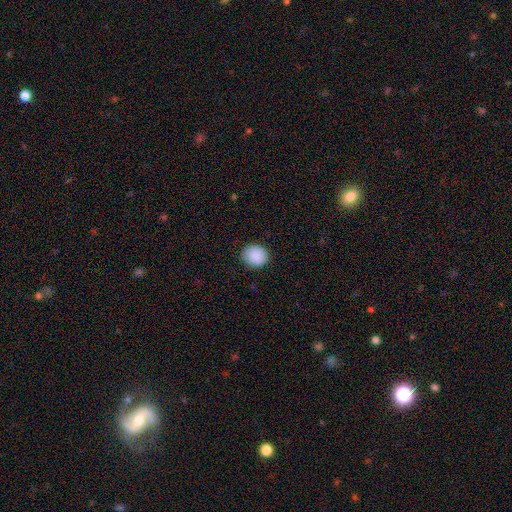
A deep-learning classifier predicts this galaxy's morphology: Smooth or featured? smooth (90%)
How rounded? round (78%)
Merging? none (86%)